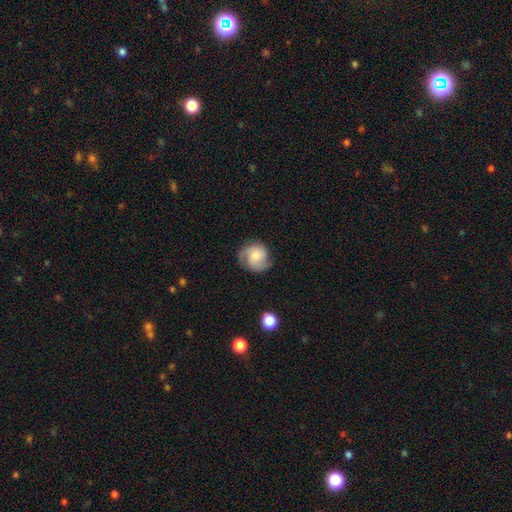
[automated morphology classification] This appears to be a featured or disk galaxy (56%) with no bar (72%), spiral arms (91%) and a moderate central bulge (44%). Merging: none (67%).